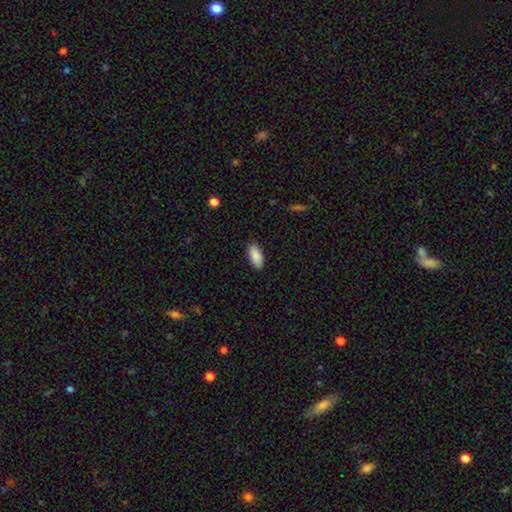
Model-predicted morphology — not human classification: Smooth or featured?
  - smooth: 88% *
  - star or artifact: 6%
  - featured or disk: 5%
How rounded?
  - in between: 92% *
  - cigar-shaped: 6%
  - round: 2%
Merging?
  - none: 88% *
  - minor disturbance: 9%
  - major disturbance: 2%
  - merger: 1%